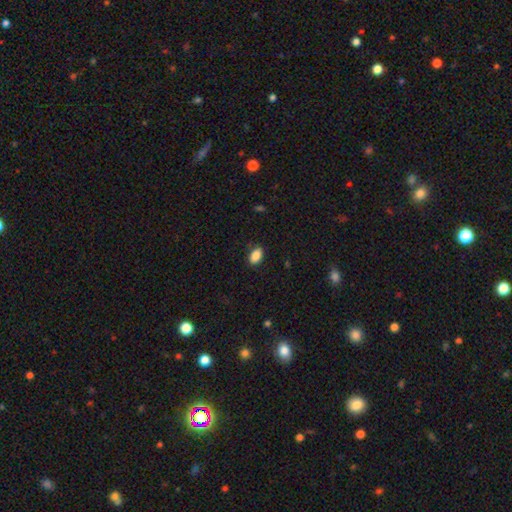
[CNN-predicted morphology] Overall: smooth (88%). How rounded: in between (91%). Merging: none (86%).